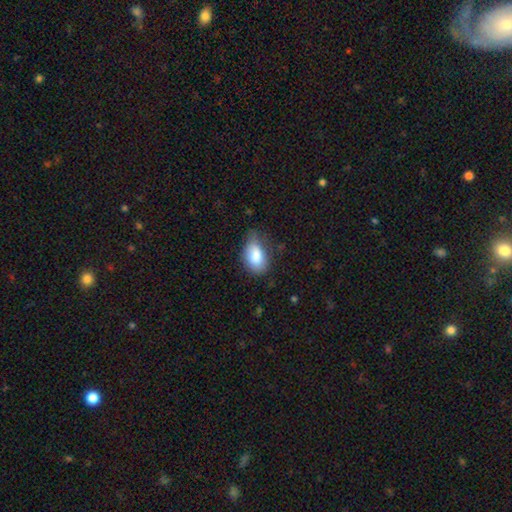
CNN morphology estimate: smooth-or-featured: smooth: 84% | featured or disk: 9% | star or artifact: 7%
  how-rounded: in between: 90% | round: 7% | cigar-shaped: 2%
  merging: none: 47% | minor disturbance: 39% | major disturbance: 12% | merger: 2%